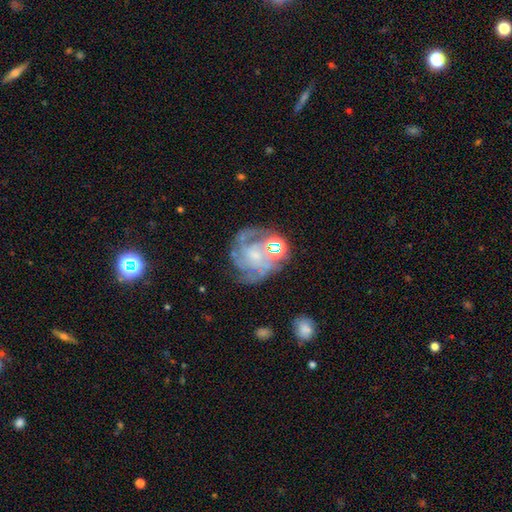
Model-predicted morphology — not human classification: A featured or disk galaxy (76%) with no bar (67%), tight (49%) spiral arms (85%) and a small central bulge (48%).

Vote fractions:
- Smooth or featured? featured or disk: 76% / smooth: 14% / star or artifact: 10%
- Edge-on disk? no: 98% / yes: 2%
- Bar? no: 67% / weak: 27% / strong: 6%
- Spiral arms? yes: 85% / no: 15%
- Spiral winding? tight: 49% / medium: 38% / loose: 14%
- Spiral arm count? can't tell: 36% / 3: 22% / 2: 20% / 4: 10% / 1: 7% / more than 4: 6%
- Bulge size? small: 48% / moderate: 24% / none: 23% / large: 4% / dominant: 2%
- Merging? none: 58% / minor disturbance: 19% / major disturbance: 16% / merger: 7%